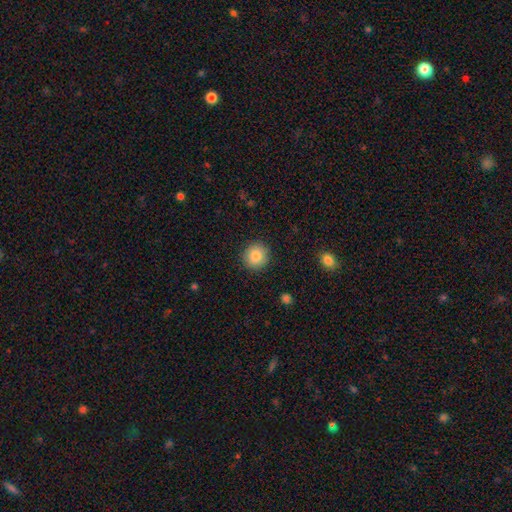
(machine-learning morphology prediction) A smooth galaxy with no disk features (86%) that is round (92%).

Vote fractions:
- Smooth or featured? smooth: 86% / star or artifact: 9% / featured or disk: 6%
- How rounded? round: 92% / in between: 7% / cigar-shaped: 1%
- Merging? none: 90% / minor disturbance: 6% / major disturbance: 2% / merger: 1%